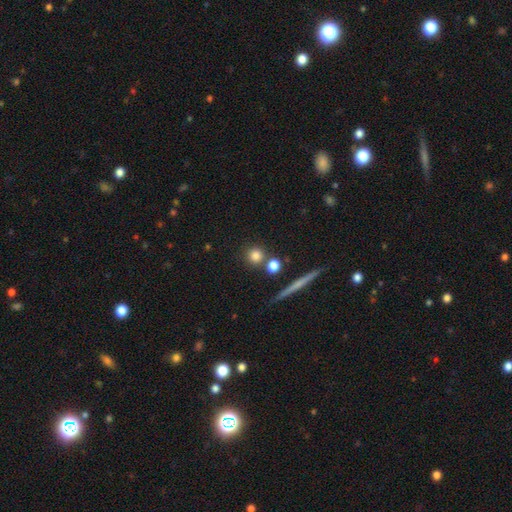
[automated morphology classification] Smooth or featured: smooth — 79% (star or artifact — 11%)
How rounded: round — 91% (in between — 6%)
Merging: none — 76% (merger — 13%)